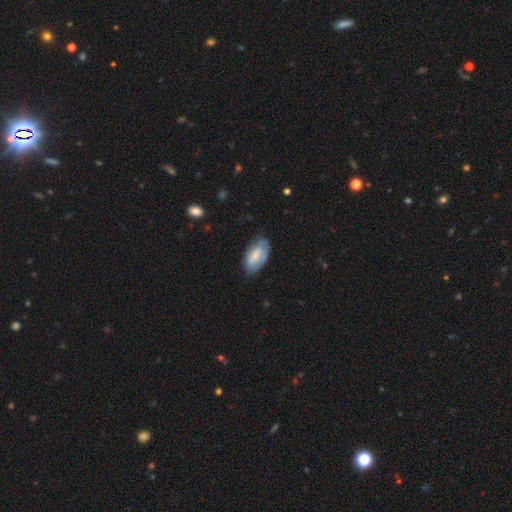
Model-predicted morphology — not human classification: A smooth galaxy with no disk features (62%) that is in between round and cigar-shaped (93%). Merging: none (59%).